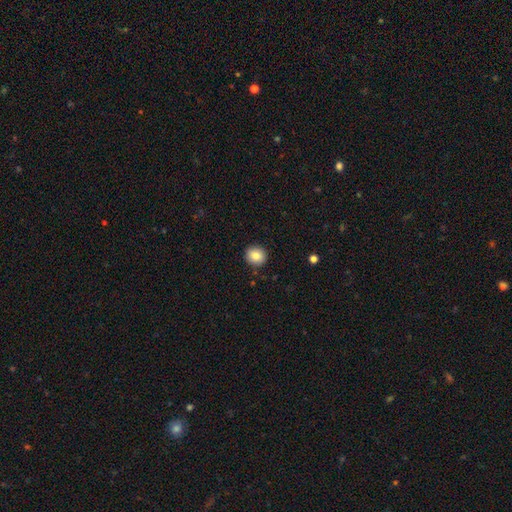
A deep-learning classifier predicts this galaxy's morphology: Q: Smooth or featured?
A: smooth (84%); runner-up: star or artifact (9%)
Q: How rounded?
A: round (86%); runner-up: in between (14%)
Q: Merging?
A: none (90%); runner-up: minor disturbance (7%)